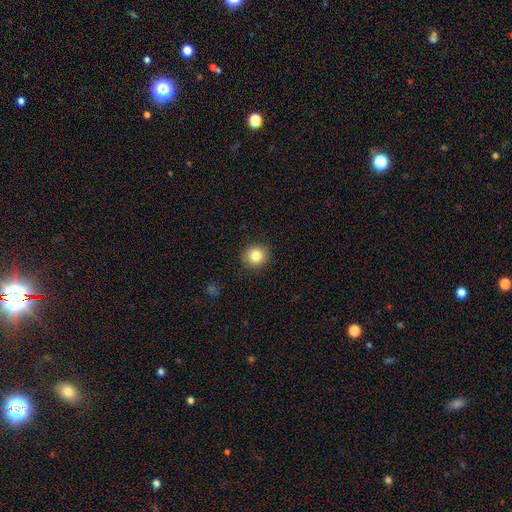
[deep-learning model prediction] Smooth or featured? Predicted: smooth (p=0.82). How rounded? Predicted: round (p=0.86). Merging? Predicted: none (p=0.90).